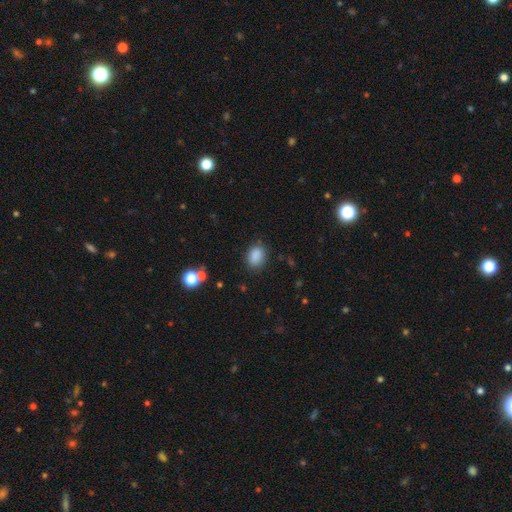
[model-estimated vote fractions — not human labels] Smooth or featured: smooth — 86% (star or artifact — 10%)
How rounded: in between — 68% (round — 31%)
Merging: none — 83% (minor disturbance — 12%)